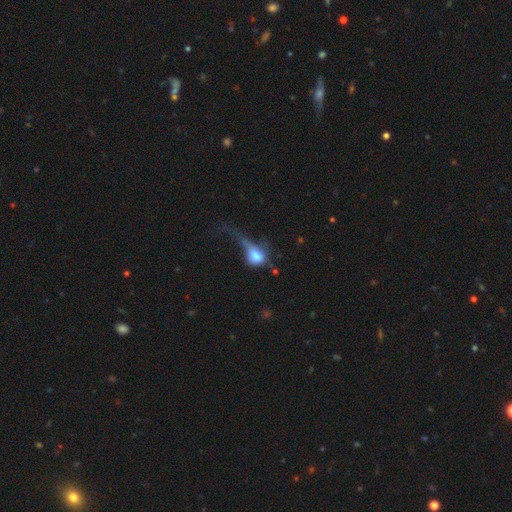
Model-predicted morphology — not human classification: A smooth galaxy with no disk features (66%) that is in between round and cigar-shaped (57%). Merging: major disturbance (59%).